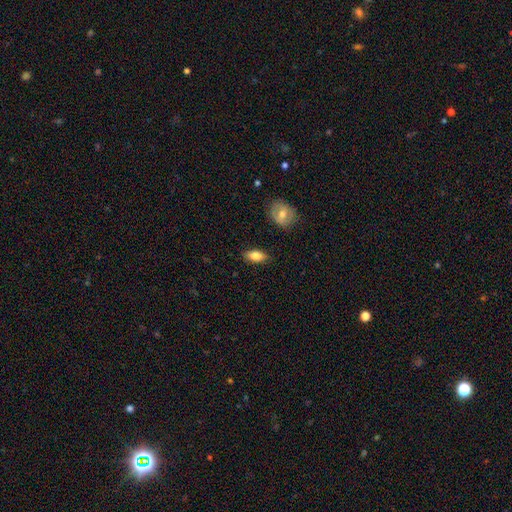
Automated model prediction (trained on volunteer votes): smooth-or-featured: smooth: 82% | featured or disk: 12% | star or artifact: 7%
  how-rounded: in between: 88% | cigar-shaped: 7% | round: 4%
  merging: none: 85% | minor disturbance: 11% | major disturbance: 2% | merger: 2%